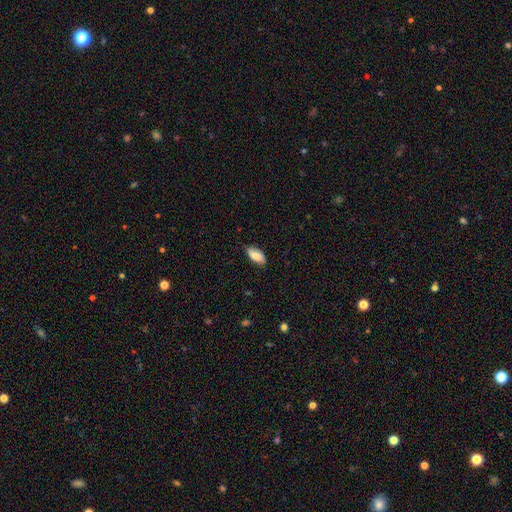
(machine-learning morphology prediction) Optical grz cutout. It shows a smooth galaxy with no disk features (79%) that is in between round and cigar-shaped (90%). Merging: none (79%).